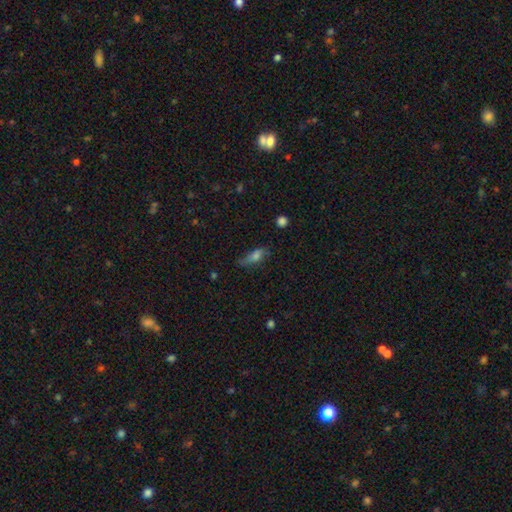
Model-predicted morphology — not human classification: The model was most divided on "how rounded": in between: 58%, cigar-shaped: 39%, round: 4%. More confident: smooth or featured — smooth (66%); merging — none (62%).